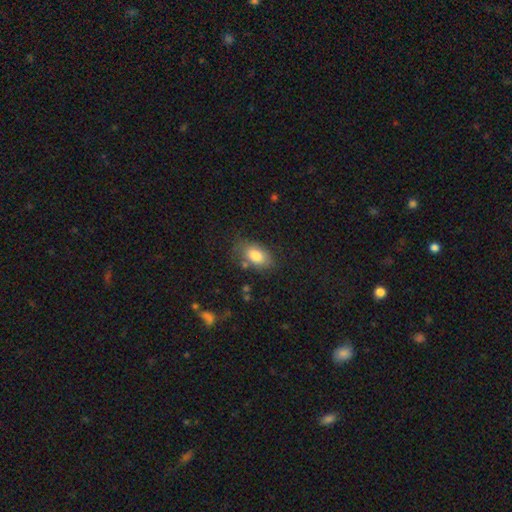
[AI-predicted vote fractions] smooth 82%, featured or disk 10%, star or artifact 8%. Down the decision tree: how rounded — in between (89%); merging — none (71%).